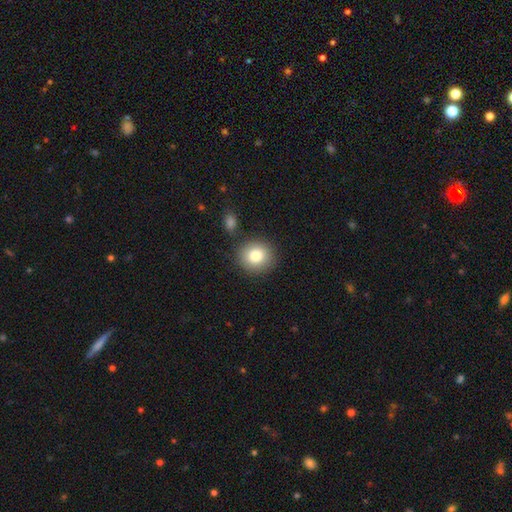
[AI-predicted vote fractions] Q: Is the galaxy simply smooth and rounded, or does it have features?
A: smooth — 80%.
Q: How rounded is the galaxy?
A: round — 87%.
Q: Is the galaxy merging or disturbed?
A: none — 83%.